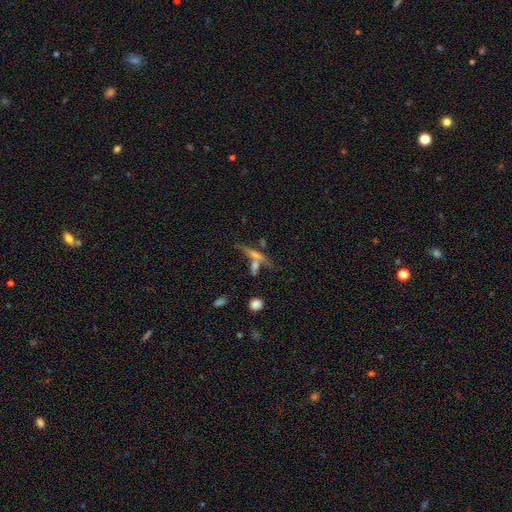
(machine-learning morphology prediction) This is possibly a featured or disk galaxy (54%). It is clearly viewed edge-on (87%). Merging: possibly none (55%).